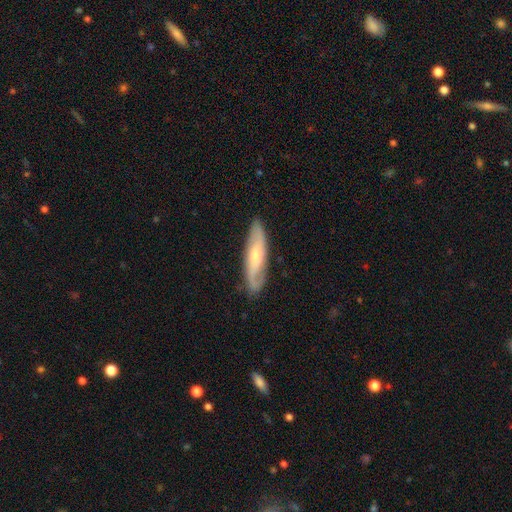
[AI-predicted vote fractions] Smooth or featured?
  - featured or disk: 62% *
  - smooth: 32%
  - star or artifact: 6%
Edge-on disk?
  - no: 70% *
  - yes: 30%
Merging?
  - none: 81% *
  - minor disturbance: 15%
  - major disturbance: 4%
  - merger: 1%